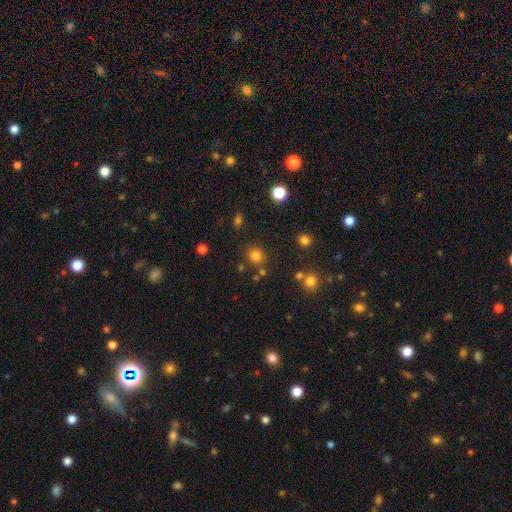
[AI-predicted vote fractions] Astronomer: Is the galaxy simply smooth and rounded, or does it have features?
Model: smooth — 78%.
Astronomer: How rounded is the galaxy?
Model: round — 83%.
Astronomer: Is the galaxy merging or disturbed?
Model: none — 80%.